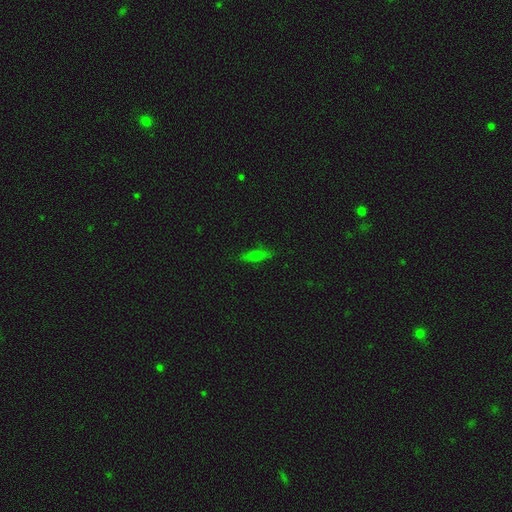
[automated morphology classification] This appears to be a smooth galaxy with no disk features (63%) that is cigar-shaped (63%). Merging: none (85%).